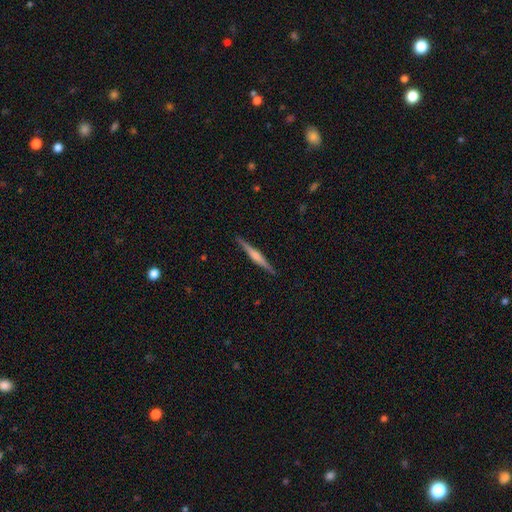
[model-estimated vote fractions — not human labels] A featured or disk galaxy (67%) viewed edge-on (98%) with a rounded central bulge (63%).

Vote fractions:
- Smooth or featured? featured or disk: 67% / smooth: 27% / star or artifact: 6%
- Edge-on disk? yes: 98% / no: 2%
- Edge-on bulge? rounded: 63% / boxy: 21% / none: 17%
- Merging? none: 91% / minor disturbance: 7% / major disturbance: 1% / merger: 1%